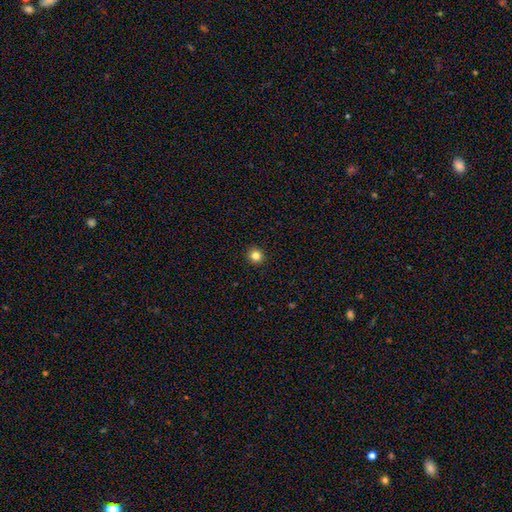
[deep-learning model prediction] Morphology: type=smooth (82%); roundness=round (94%); merging=none (93%).